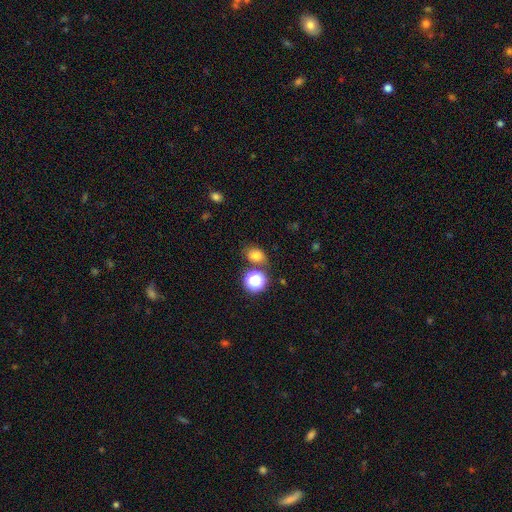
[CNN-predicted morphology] smooth 74%, star or artifact 19%, featured or disk 7%. Down the decision tree: how rounded — in between (52%); merging — none (70%).